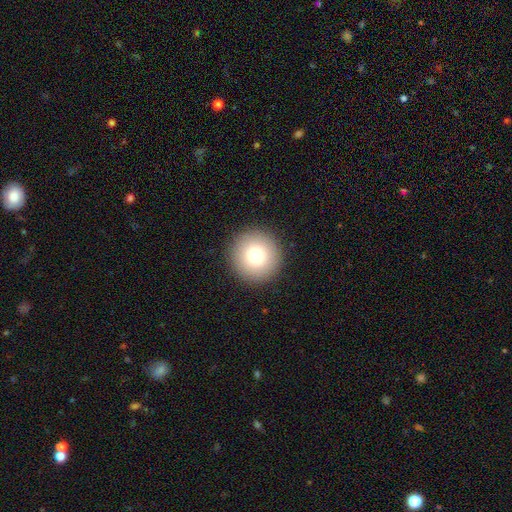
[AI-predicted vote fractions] Smooth or featured? smooth (79%)
How rounded? round (96%)
Merging? none (92%)